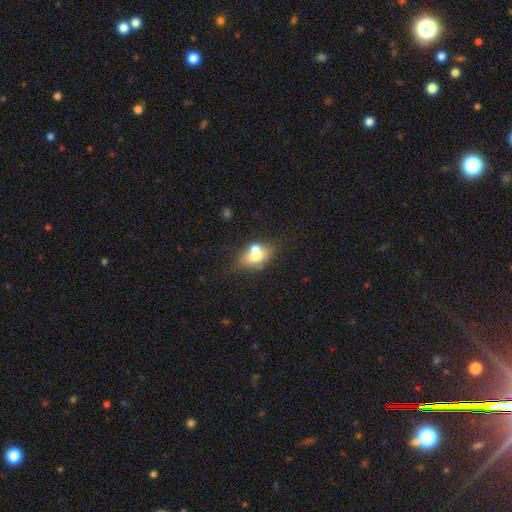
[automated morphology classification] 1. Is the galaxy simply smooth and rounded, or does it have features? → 64% smooth, 26% featured or disk, 9% star or artifact.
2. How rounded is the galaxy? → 70% in between, 27% round, 3% cigar-shaped.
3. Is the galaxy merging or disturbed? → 46% merger, 36% none, 12% minor disturbance, 5% major disturbance.